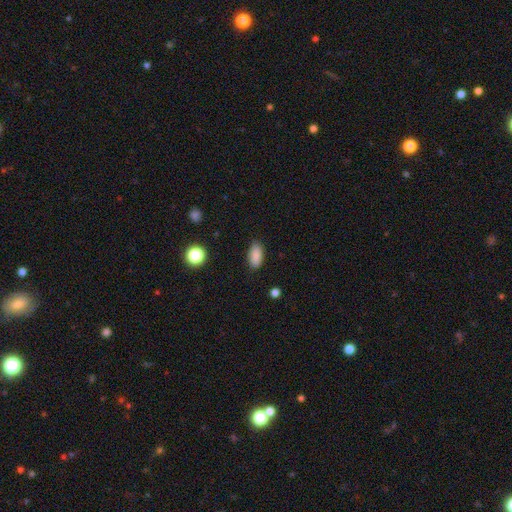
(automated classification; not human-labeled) smooth-or-featured: smooth: 88% | star or artifact: 9% | featured or disk: 4%
  how-rounded: in between: 89% | cigar-shaped: 8% | round: 4%
  merging: none: 86% | minor disturbance: 10% | major disturbance: 3% | merger: 1%